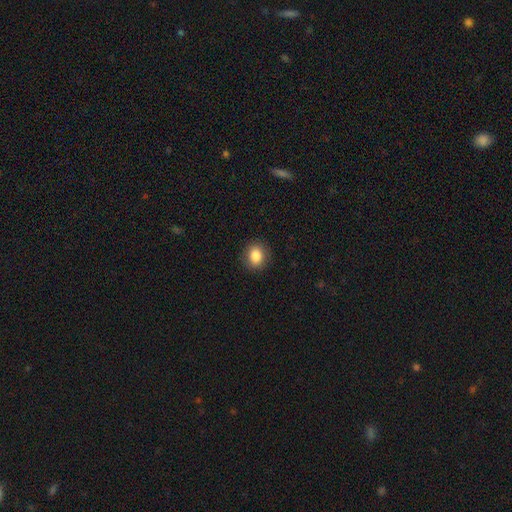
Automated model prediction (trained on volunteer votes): The model was most divided on "how rounded": round: 71%, in between: 28%, cigar-shaped: 1%. More confident: merging — none (90%); smooth or featured — smooth (85%).